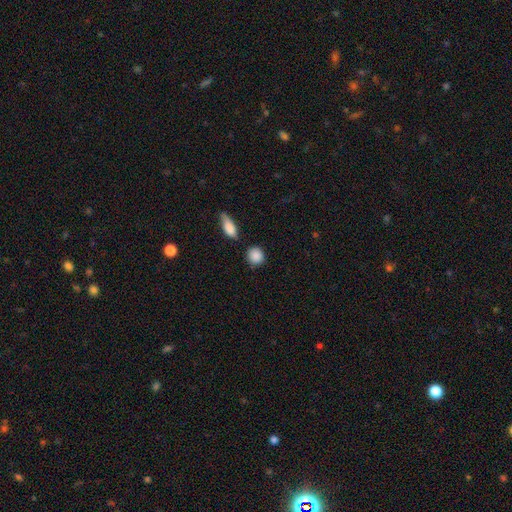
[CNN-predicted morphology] smooth 88%, star or artifact 7%, featured or disk 4%. Down the decision tree: how rounded — round (81%); merging — none (79%).